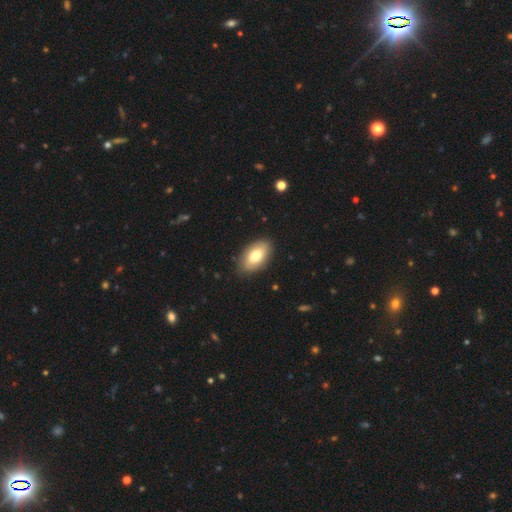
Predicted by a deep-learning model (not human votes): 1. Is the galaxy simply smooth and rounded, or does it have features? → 76% smooth, 18% featured or disk, 6% star or artifact.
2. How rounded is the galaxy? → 93% in between, 5% round, 2% cigar-shaped.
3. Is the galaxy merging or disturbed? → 86% none, 10% minor disturbance, 2% major disturbance, 1% merger.